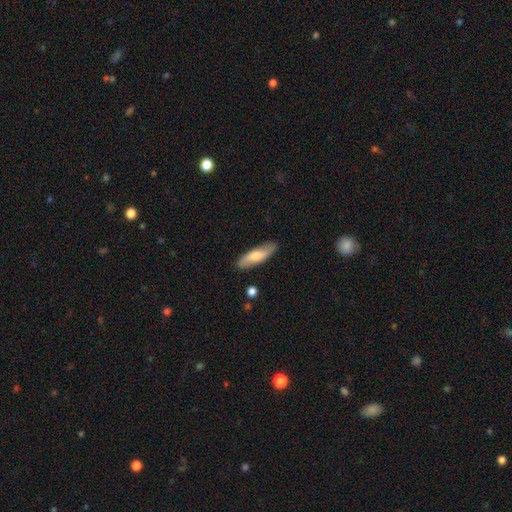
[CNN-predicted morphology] smooth_or_featured: smooth (p=0.63) [alt: featured or disk p=0.32]
how_rounded: cigar-shaped (p=0.51) [alt: in between p=0.47]
merging: none (p=0.85) [alt: minor disturbance p=0.11]